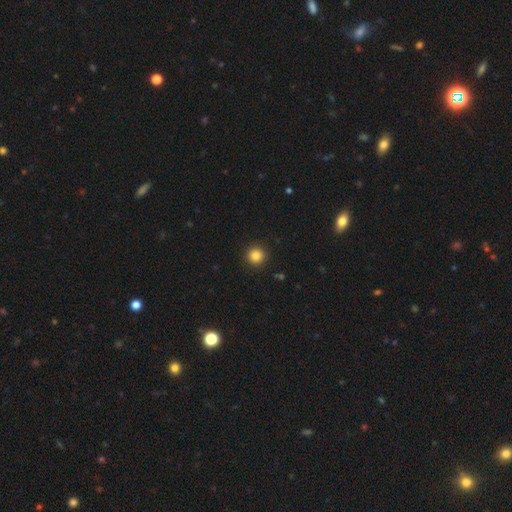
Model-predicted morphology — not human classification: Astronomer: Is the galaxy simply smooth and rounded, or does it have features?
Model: smooth — 84%.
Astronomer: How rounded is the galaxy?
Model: round — 95%.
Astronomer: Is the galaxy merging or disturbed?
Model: none — 93%.